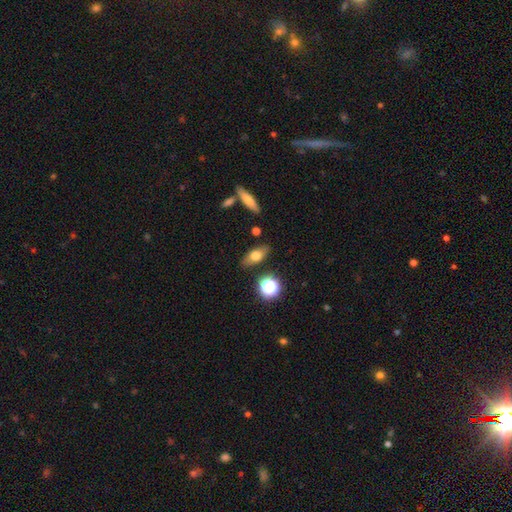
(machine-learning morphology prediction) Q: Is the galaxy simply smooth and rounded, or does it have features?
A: smooth — 68%.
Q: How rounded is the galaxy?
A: in between — 77%.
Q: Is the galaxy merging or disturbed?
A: none — 81%.